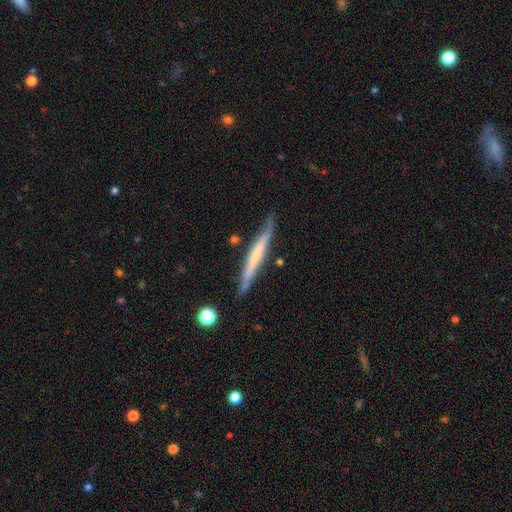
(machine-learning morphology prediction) Smooth or featured? Predicted: featured or disk (p=0.55). Edge-on disk? Predicted: yes (p=0.94). Edge-on bulge? Predicted: none (p=0.71). Merging? Predicted: none (p=0.76).